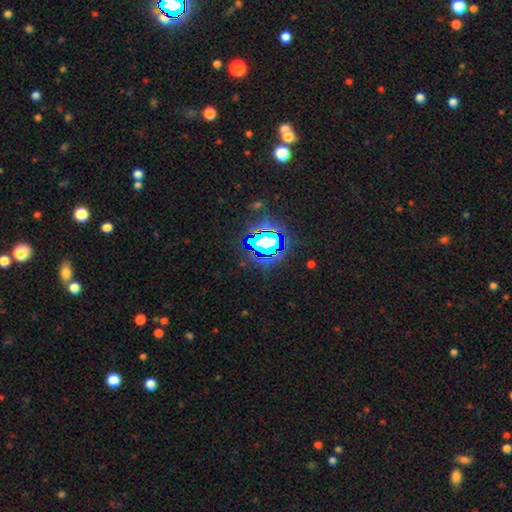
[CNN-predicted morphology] star or artifact 82%, smooth 11%, featured or disk 7%.